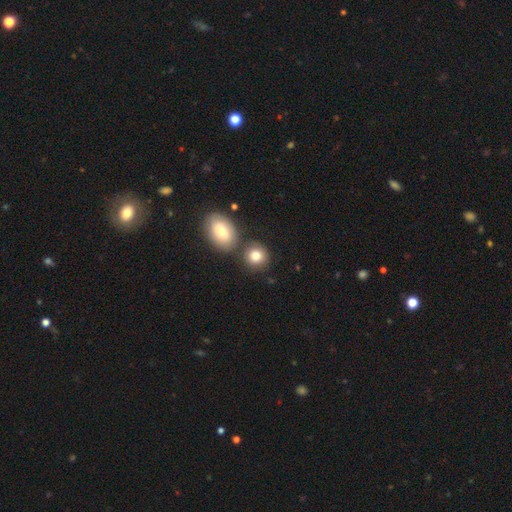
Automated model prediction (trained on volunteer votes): The model was most divided on "merging": none: 65%, merger: 21%, minor disturbance: 11%, major disturbance: 4%. More confident: smooth or featured — smooth (82%); how rounded — round (76%).